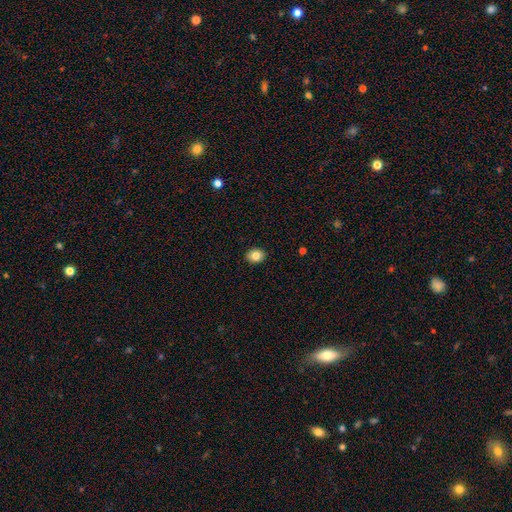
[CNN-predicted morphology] smooth 84%, star or artifact 9%, featured or disk 7%. Down the decision tree: how rounded — round (55%); merging — none (91%).